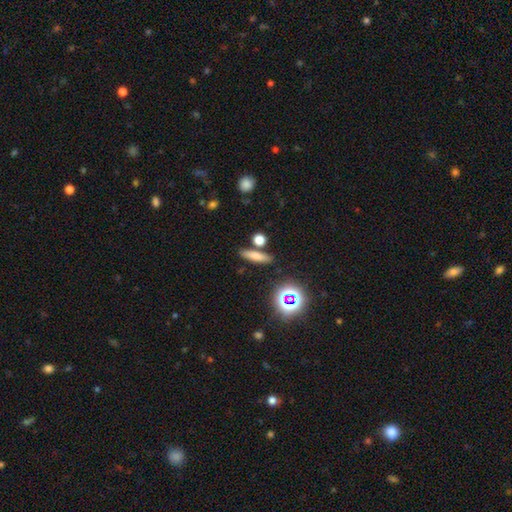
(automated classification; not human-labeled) Overall: smooth (71%). How rounded: cigar-shaped (70%). Merging: none (80%).